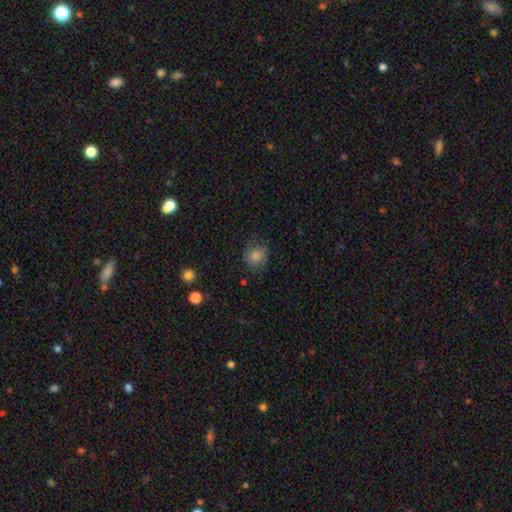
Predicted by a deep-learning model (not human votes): This is likely a smooth galaxy (76%). How rounded: likely round (79%). Merging: likely none (75%).